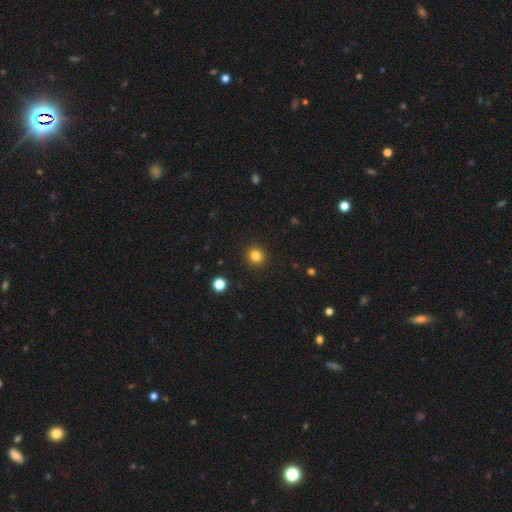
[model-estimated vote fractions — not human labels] Smooth or featured? Predicted: smooth (p=0.82). How rounded? Predicted: round (p=0.86). Merging? Predicted: none (p=0.91).